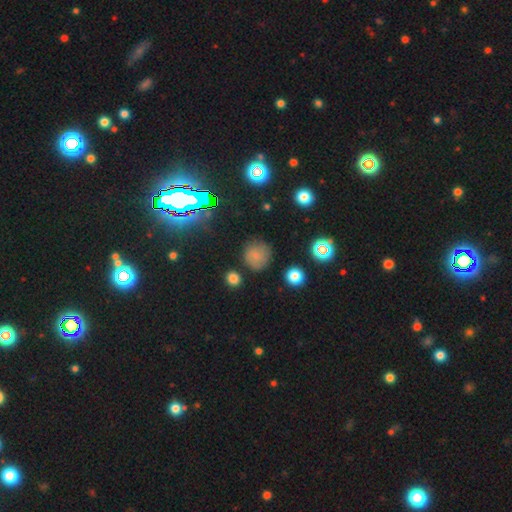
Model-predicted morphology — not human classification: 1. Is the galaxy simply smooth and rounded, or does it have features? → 67% smooth, 18% star or artifact, 14% featured or disk.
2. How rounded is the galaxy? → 89% round, 10% in between, 1% cigar-shaped.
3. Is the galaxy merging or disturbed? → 77% none, 15% minor disturbance, 5% major disturbance, 3% merger.